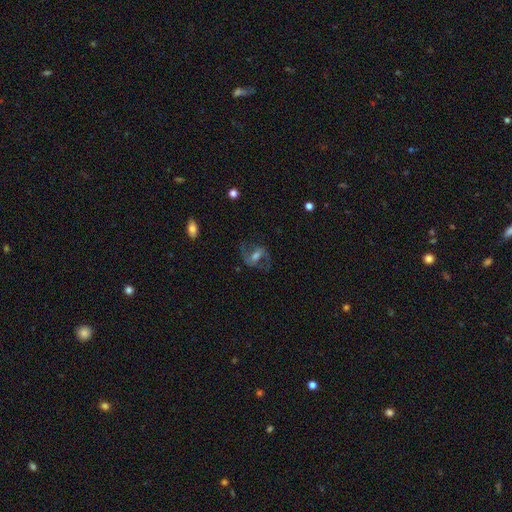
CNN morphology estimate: smooth_or_featured: featured or disk (p=0.75) [alt: smooth p=0.15]
disk_edge_on: no (p=0.95) [alt: yes p=0.05]
bar: weak (p=0.42) [alt: strong p=0.37]
has_spiral_arms: yes (p=0.90) [alt: no p=0.10]
spiral_winding: medium (p=0.50) [alt: loose p=0.38]
spiral_arm_count: 2 (p=0.90) [alt: can't tell p=0.04]
bulge_size: moderate (p=0.55) [alt: small p=0.29]
merging: none (p=0.71) [alt: minor disturbance p=0.15]